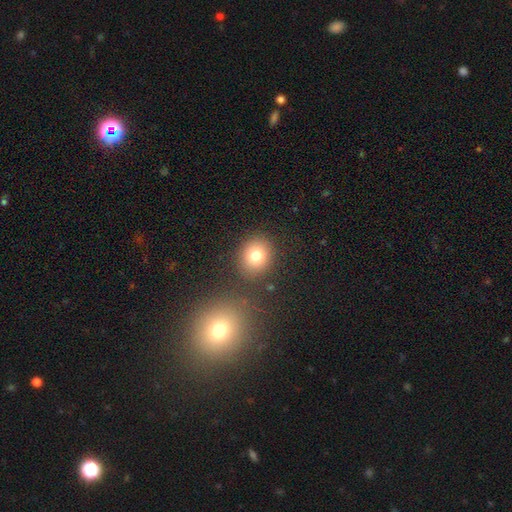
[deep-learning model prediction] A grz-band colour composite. It shows a smooth galaxy with no disk features (78%) that is round (77%). Merging: none (83%).